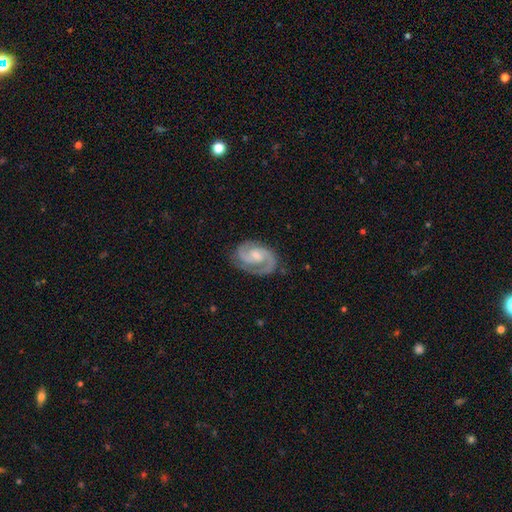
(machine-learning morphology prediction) smooth_or_featured: featured or disk (p=0.90) [alt: smooth p=0.06]
disk_edge_on: no (p=0.98) [alt: yes p=0.02]
bar: weak (p=0.49) [alt: no p=0.41]
has_spiral_arms: yes (p=0.98) [alt: no p=0.02]
spiral_winding: medium (p=0.53) [alt: tight p=0.38]
spiral_arm_count: 2 (p=0.90) [alt: can't tell p=0.03]
bulge_size: moderate (p=0.43) [tied with: small p=0.43]
merging: none (p=0.77) [alt: minor disturbance p=0.16]